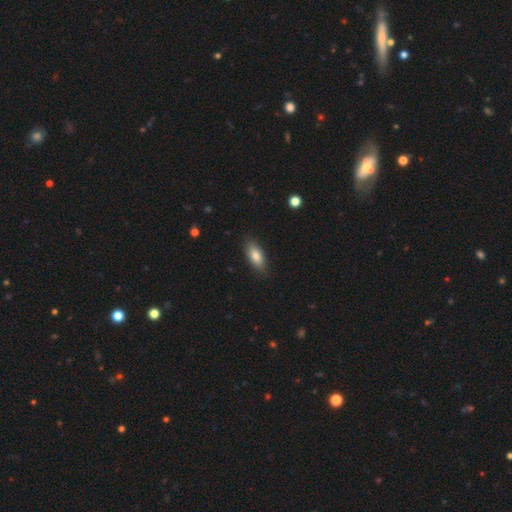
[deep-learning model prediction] Smooth or featured? Predicted: smooth (p=0.83). How rounded? Predicted: in between (p=0.82). Merging? Predicted: none (p=0.84).